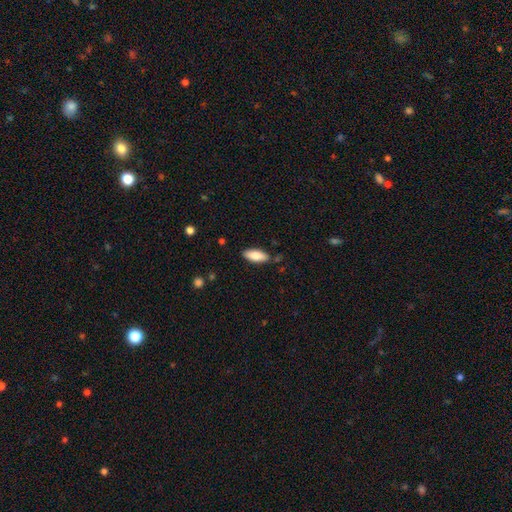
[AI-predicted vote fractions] A smooth galaxy with no disk features (81%) that is in between round and cigar-shaped (80%). Merging: none (84%).